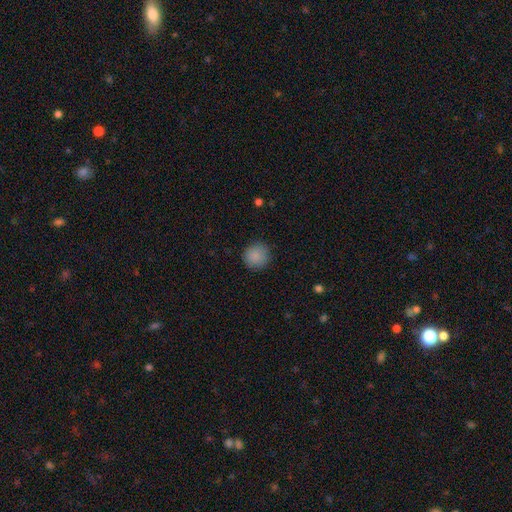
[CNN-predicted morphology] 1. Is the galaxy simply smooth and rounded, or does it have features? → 87% smooth, 9% star or artifact, 4% featured or disk.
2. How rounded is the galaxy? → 91% round, 8% in between, 1% cigar-shaped.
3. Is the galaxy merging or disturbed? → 86% none, 10% minor disturbance, 3% major disturbance, 1% merger.